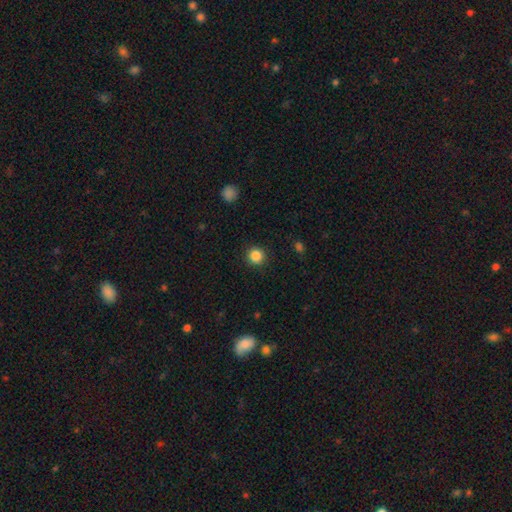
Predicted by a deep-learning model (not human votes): A smooth galaxy with no disk features (86%) that is round (94%).

Vote fractions:
- Smooth or featured? smooth: 86% / star or artifact: 11% / featured or disk: 3%
- How rounded? round: 94% / in between: 5% / cigar-shaped: 1%
- Merging? none: 91% / minor disturbance: 6% / major disturbance: 2% / merger: 1%